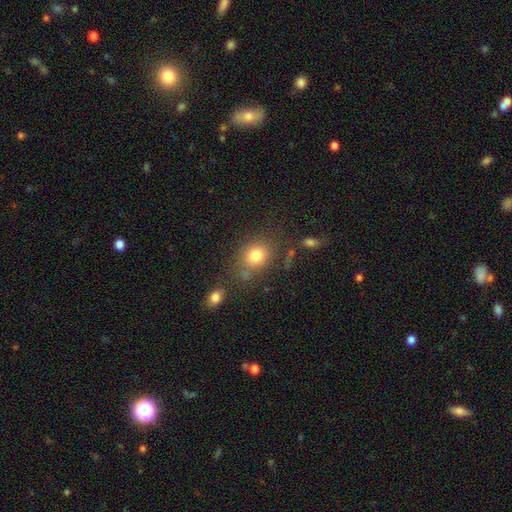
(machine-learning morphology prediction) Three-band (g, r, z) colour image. It shows a smooth galaxy with no disk features (80%) that is round (59%). Merging: none (69%).